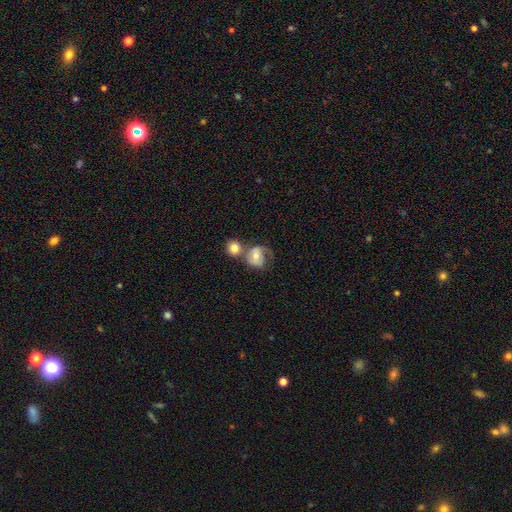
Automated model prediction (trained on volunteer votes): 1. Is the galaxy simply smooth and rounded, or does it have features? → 51% featured or disk, 41% smooth, 8% star or artifact.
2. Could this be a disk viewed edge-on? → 97% no, 3% yes.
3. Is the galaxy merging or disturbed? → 40% merger, 31% none, 15% minor disturbance, 15% major disturbance.